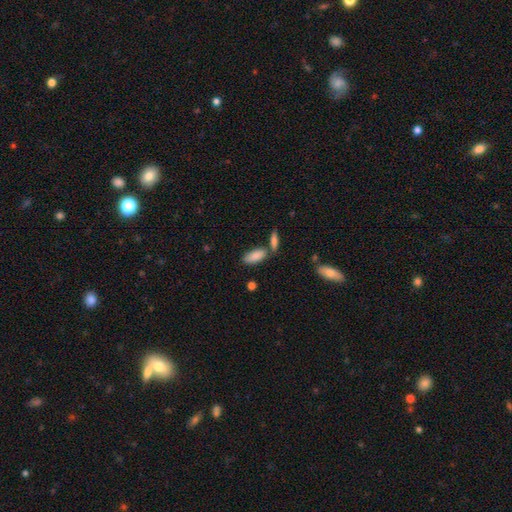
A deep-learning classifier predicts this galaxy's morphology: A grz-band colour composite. It shows a smooth galaxy with no disk features (86%) that is in between round and cigar-shaped (84%). Merging: none (61%).